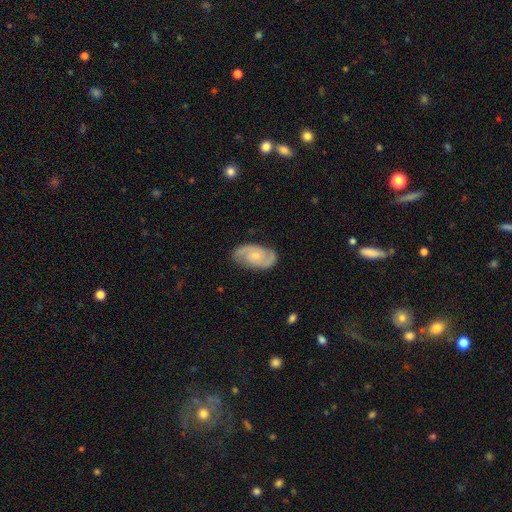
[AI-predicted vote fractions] This is clearly a featured or disk galaxy (83%). It is clearly not viewed edge-on (97%). Bar: likely no (68%). Spiral arm pattern: clearly yes (96%). Spiral arm count: clearly 2 (91%). Spiral winding: possibly medium (50%). Central bulge: likely small (61%). Merging: clearly none (83%).